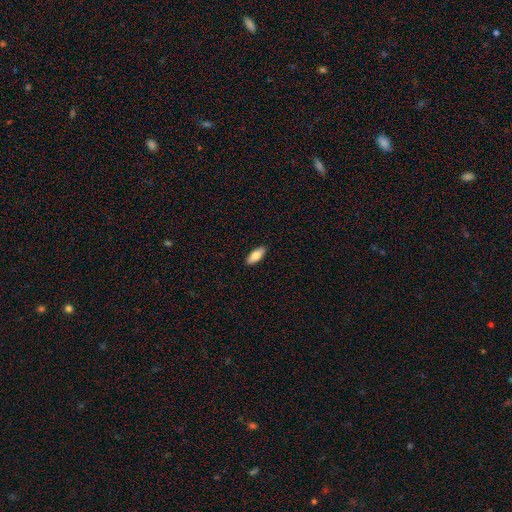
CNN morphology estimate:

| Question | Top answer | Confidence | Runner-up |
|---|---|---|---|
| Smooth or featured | smooth | 80% | featured or disk (15%) |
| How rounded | in between | 80% | cigar-shaped (18%) |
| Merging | none | 90% | minor disturbance (7%) |